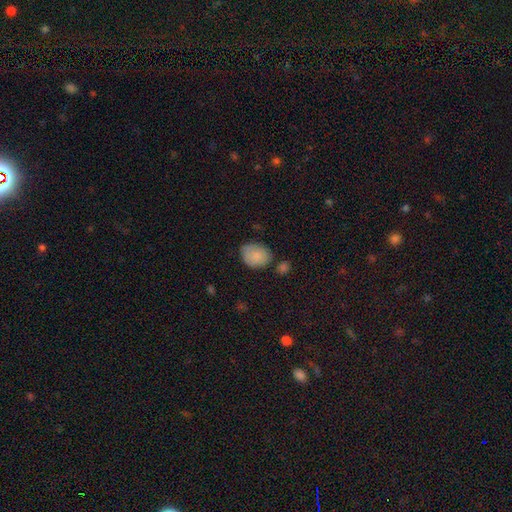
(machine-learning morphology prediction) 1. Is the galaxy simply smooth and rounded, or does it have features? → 84% smooth, 8% featured or disk, 7% star or artifact.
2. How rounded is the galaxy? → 60% in between, 39% round, 1% cigar-shaped.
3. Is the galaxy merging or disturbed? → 60% none, 26% minor disturbance, 7% merger, 6% major disturbance.